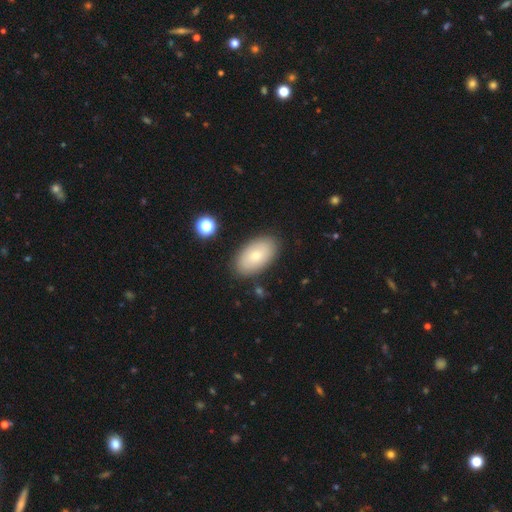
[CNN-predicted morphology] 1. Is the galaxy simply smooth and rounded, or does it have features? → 72% smooth, 21% featured or disk, 7% star or artifact.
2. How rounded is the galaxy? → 95% in between, 4% round, 2% cigar-shaped.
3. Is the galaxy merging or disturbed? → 86% none, 9% minor disturbance, 3% major disturbance, 2% merger.